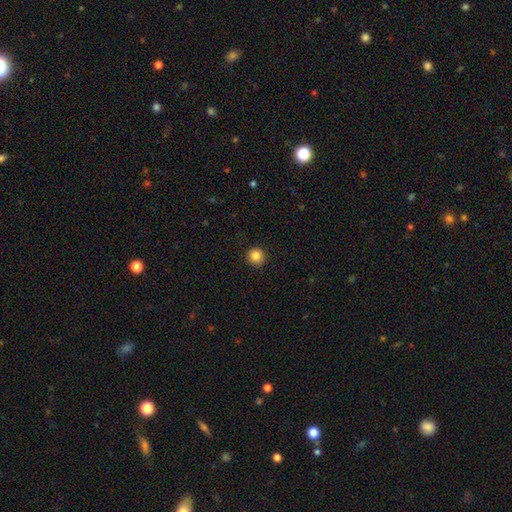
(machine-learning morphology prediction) smooth-or-featured: smooth: 85% | star or artifact: 10% | featured or disk: 5%
  how-rounded: round: 95% | in between: 4% | cigar-shaped: 1%
  merging: none: 92% | minor disturbance: 5% | major disturbance: 2% | merger: 1%